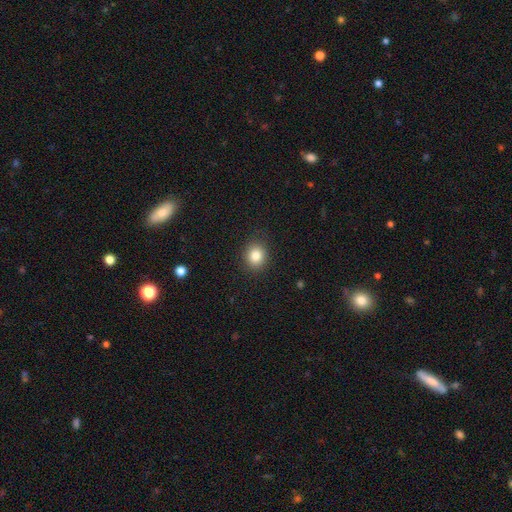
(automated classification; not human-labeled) Q: Smooth or featured?
A: smooth (84%); runner-up: star or artifact (10%)
Q: How rounded?
A: round (71%); runner-up: in between (28%)
Q: Merging?
A: none (89%); runner-up: minor disturbance (8%)